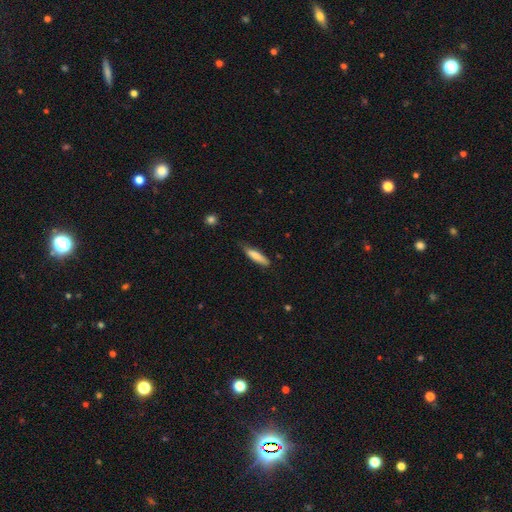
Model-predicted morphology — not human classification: type=smooth (79%); roundness=cigar-shaped (76%); merging=none (70%).